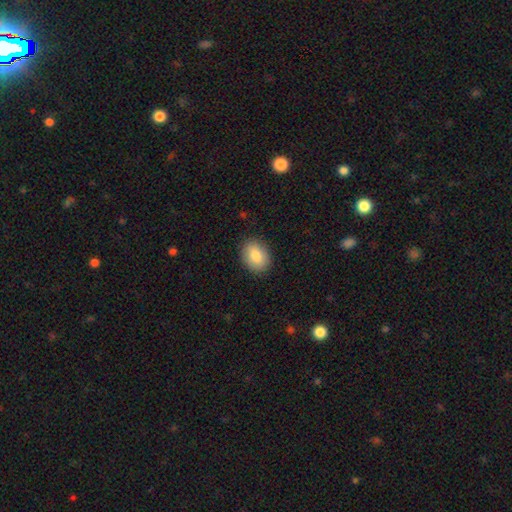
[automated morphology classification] This appears to be a smooth galaxy with no disk features (84%) that is in between round and cigar-shaped (70%). Merging: none (88%).